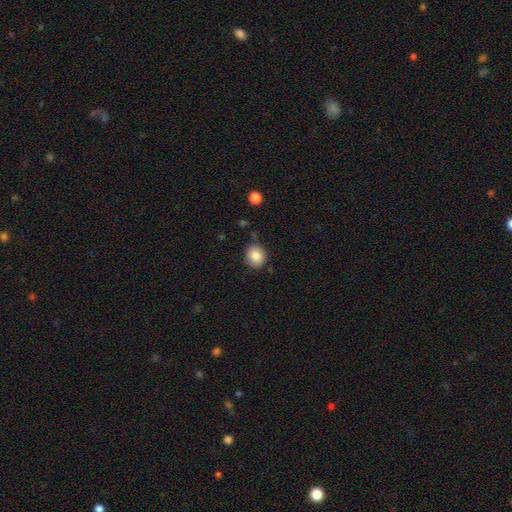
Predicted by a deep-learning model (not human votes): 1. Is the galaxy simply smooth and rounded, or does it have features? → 85% smooth, 9% star or artifact, 6% featured or disk.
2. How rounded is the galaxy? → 72% round, 27% in between, 1% cigar-shaped.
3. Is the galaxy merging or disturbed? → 82% none, 12% minor disturbance, 3% merger, 3% major disturbance.